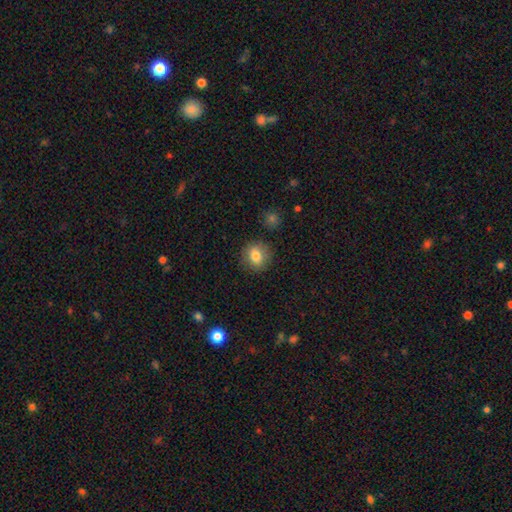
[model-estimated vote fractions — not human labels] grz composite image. It shows a smooth galaxy with no disk features (81%) that is round (76%). Merging: none (85%).